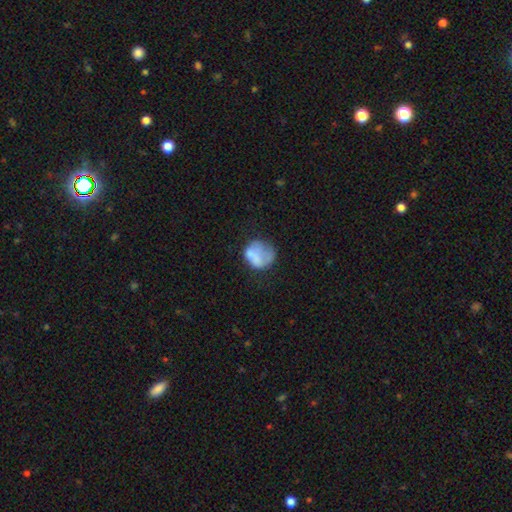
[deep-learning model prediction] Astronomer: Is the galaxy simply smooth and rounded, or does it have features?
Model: smooth — 64%.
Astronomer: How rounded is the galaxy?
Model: round — 75%.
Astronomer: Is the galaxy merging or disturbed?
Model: none — 41% (runner-up: minor disturbance, 27%).